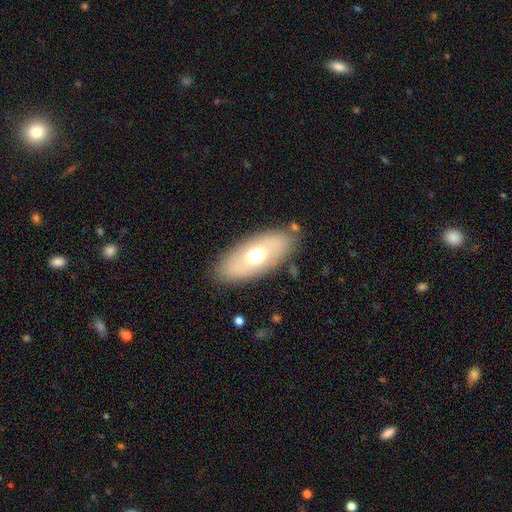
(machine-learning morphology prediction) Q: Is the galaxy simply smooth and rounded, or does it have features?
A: smooth — 52%.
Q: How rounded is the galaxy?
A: in between — 88%.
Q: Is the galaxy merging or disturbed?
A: none — 84%.